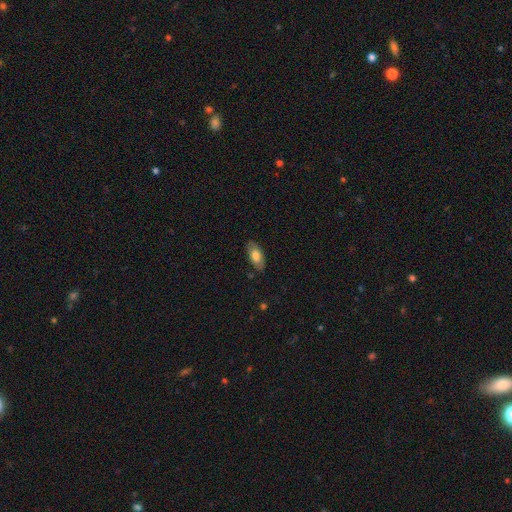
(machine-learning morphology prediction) Q: Smooth or featured?
A: smooth (71%); runner-up: featured or disk (23%)
Q: How rounded?
A: in between (89%); runner-up: cigar-shaped (9%)
Q: Merging?
A: none (84%); runner-up: minor disturbance (13%)